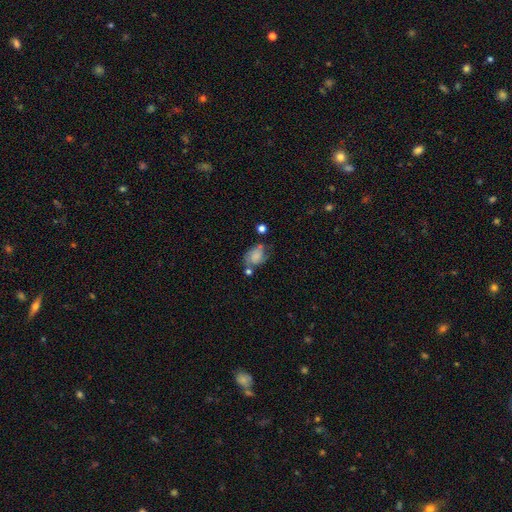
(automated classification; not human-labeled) Overall: smooth (57%; featured or disk 32%). How rounded: in between (71%). Merging: none (38%; minor disturbance 28%).